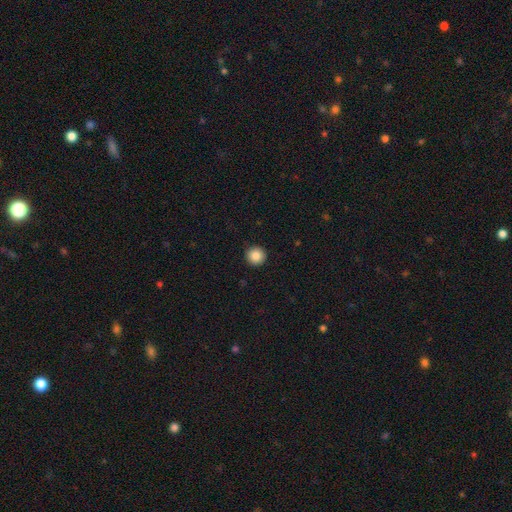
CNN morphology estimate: A smooth galaxy with no disk features (87%) that is round (96%).

Vote fractions:
- Smooth or featured? smooth: 87% / star or artifact: 9% / featured or disk: 4%
- How rounded? round: 96% / in between: 3% / cigar-shaped: 1%
- Merging? none: 93% / minor disturbance: 4% / major disturbance: 1% / merger: 1%